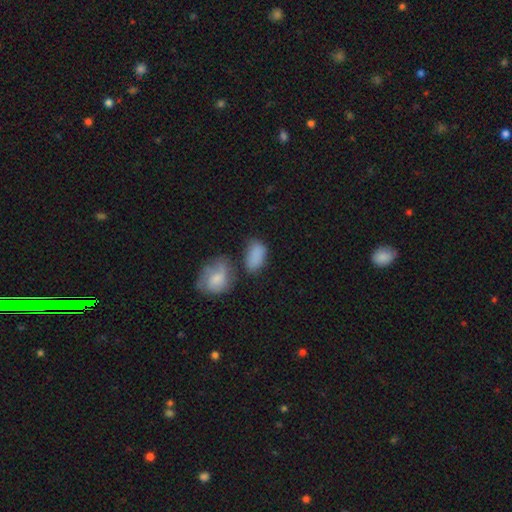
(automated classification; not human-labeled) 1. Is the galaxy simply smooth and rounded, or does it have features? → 82% smooth, 9% featured or disk, 8% star or artifact.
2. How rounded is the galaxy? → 89% in between, 8% round, 2% cigar-shaped.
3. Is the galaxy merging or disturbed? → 47% none, 23% minor disturbance, 20% merger, 10% major disturbance.